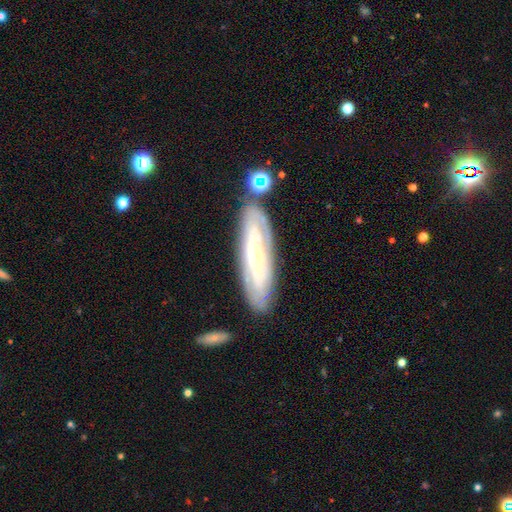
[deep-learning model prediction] A featured or disk galaxy (71%) with no bar (72%), spiral arms (80%) and a small central bulge (70%). Merging: none (80%).